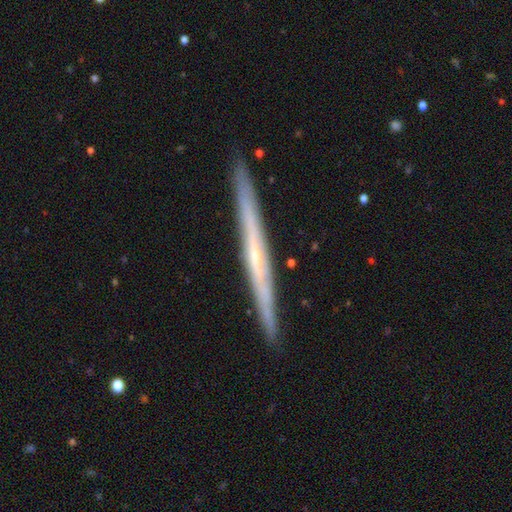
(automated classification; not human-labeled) smooth-or-featured: featured or disk: 73% | smooth: 22% | star or artifact: 6%
  disk-edge-on: yes: 97% | no: 3%
    edge-on-bulge: none: 62% | rounded: 34% | boxy: 5%
  merging: none: 92% | minor disturbance: 6% | major disturbance: 1% | merger: 1%